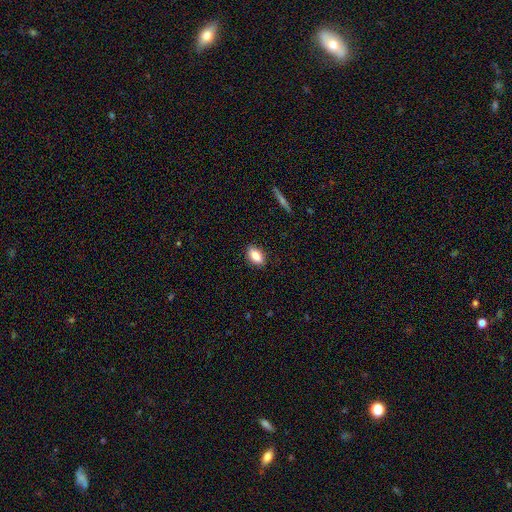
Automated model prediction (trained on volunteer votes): smooth_or_featured: smooth (p=0.85) [alt: star or artifact p=0.08]
how_rounded: in between (p=0.88) [alt: round p=0.07]
merging: none (p=0.88) [alt: minor disturbance p=0.09]